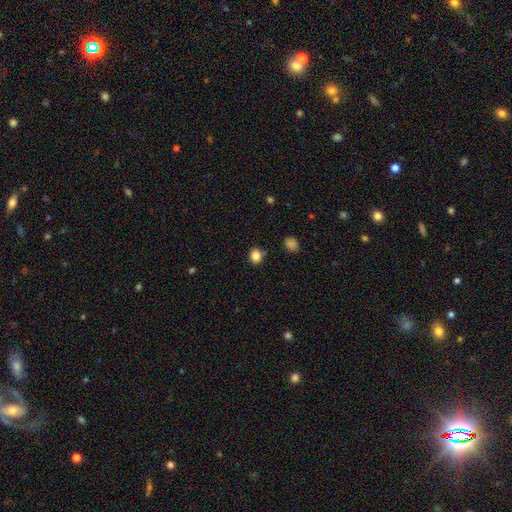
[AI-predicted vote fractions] This is clearly a smooth galaxy (84%). How rounded: likely round (68%). Merging: clearly none (83%).